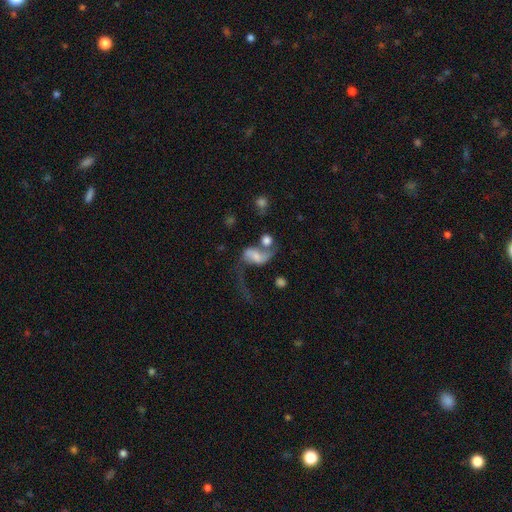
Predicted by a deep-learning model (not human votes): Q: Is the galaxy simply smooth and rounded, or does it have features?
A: featured or disk — 60%.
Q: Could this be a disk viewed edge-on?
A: no — 96%.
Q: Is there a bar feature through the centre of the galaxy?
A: no — 46%.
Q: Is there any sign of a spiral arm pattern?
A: yes — 80%.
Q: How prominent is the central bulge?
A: moderate — 29%.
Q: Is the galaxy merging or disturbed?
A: merger — 38%.